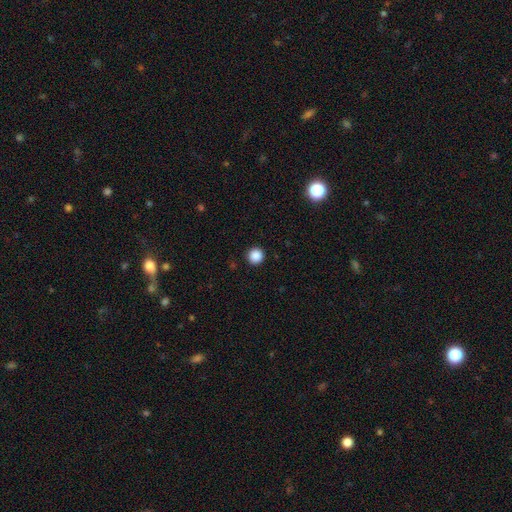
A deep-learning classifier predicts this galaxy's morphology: A smooth galaxy with no disk features (87%) that is round (96%).

Vote fractions:
- Smooth or featured? smooth: 87% / star or artifact: 11% / featured or disk: 2%
- How rounded? round: 96% / in between: 3% / cigar-shaped: 1%
- Merging? none: 93% / minor disturbance: 4% / major disturbance: 2% / merger: 1%